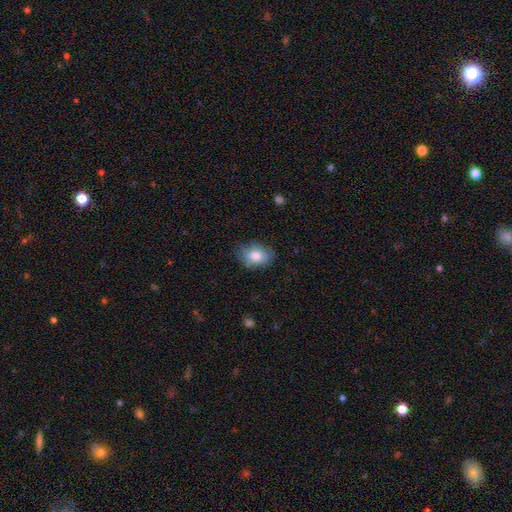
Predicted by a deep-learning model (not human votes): smooth_or_featured: smooth (p=0.81) [alt: featured or disk p=0.12]
how_rounded: in between (p=0.74) [alt: round p=0.25]
merging: none (p=0.74) [alt: minor disturbance p=0.20]